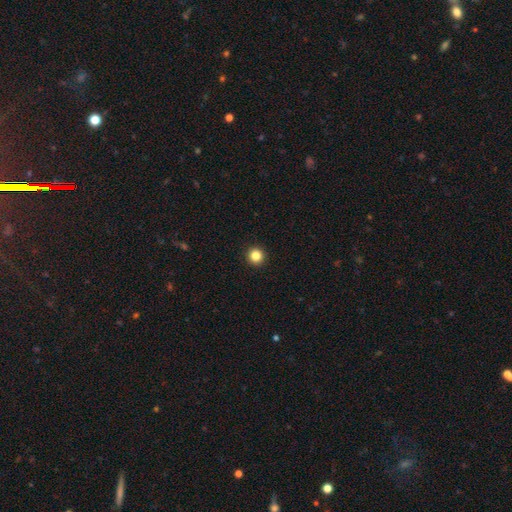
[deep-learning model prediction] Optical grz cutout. It shows a smooth galaxy with no disk features (84%) that is round (96%). Merging: none (94%).